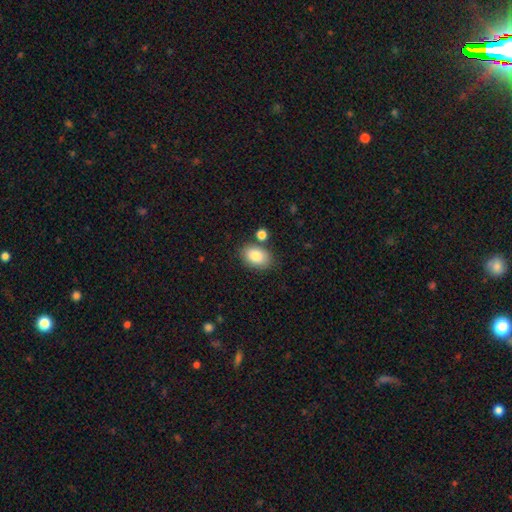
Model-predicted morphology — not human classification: Q: Smooth or featured?
A: smooth (86%); runner-up: star or artifact (7%)
Q: How rounded?
A: in between (86%); runner-up: round (13%)
Q: Merging?
A: none (77%); runner-up: minor disturbance (12%)